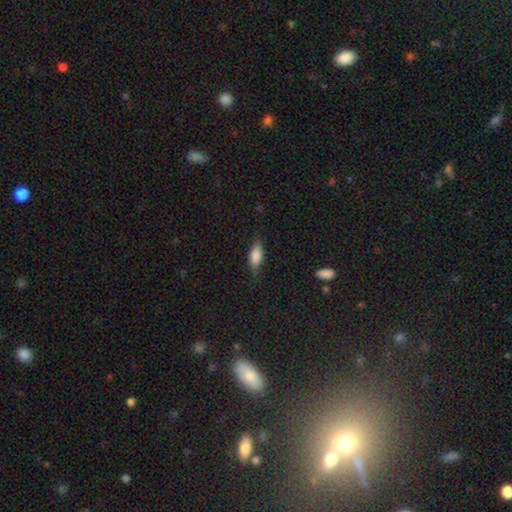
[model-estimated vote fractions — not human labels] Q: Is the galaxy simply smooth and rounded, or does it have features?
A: smooth — 76%.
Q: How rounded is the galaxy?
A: in between — 74%.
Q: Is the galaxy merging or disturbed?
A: none — 73%.